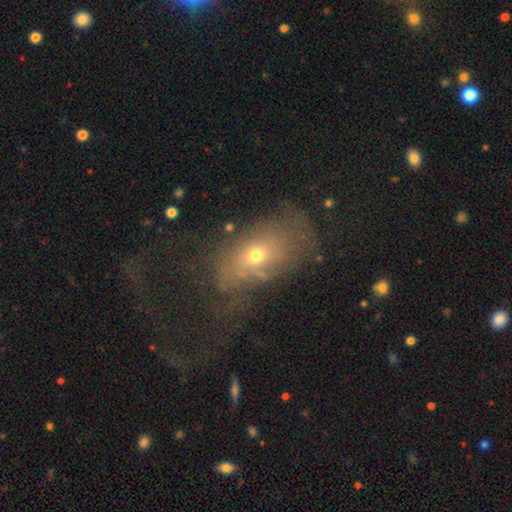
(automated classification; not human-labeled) A smooth galaxy with no disk features (45%).

Vote fractions:
- Smooth or featured? smooth: 45% / featured or disk: 39% / star or artifact: 16%
- Merging? major disturbance: 38% / none: 37% / minor disturbance: 20% / merger: 4%